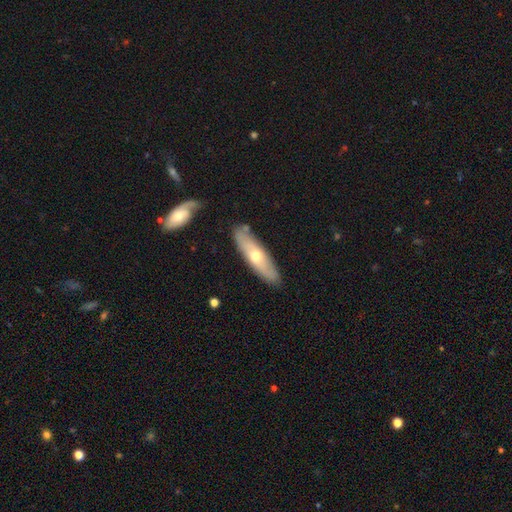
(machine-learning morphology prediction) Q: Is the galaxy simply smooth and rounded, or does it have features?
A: smooth — 48%.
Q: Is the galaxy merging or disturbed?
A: none — 83%.